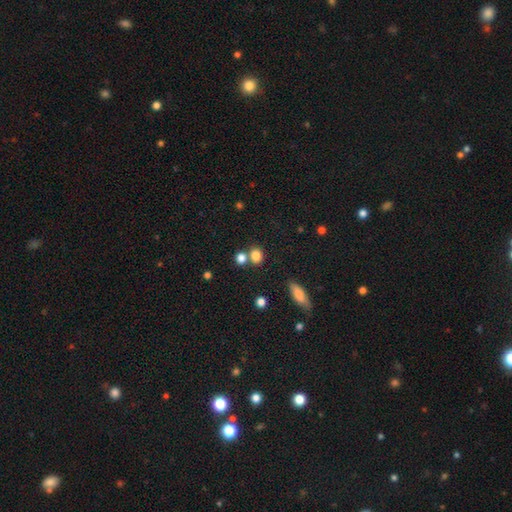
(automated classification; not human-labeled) Smooth or featured? smooth (81%)
How rounded? round (64%)
Merging? none (59%)